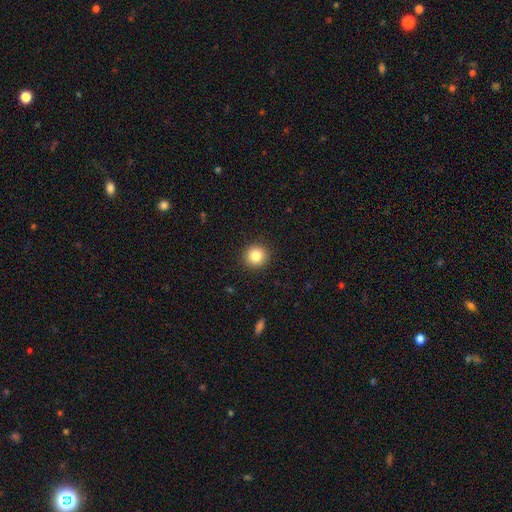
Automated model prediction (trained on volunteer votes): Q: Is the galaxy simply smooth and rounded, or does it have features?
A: smooth — 84%.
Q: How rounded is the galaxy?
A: round — 93%.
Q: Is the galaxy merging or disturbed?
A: none — 92%.